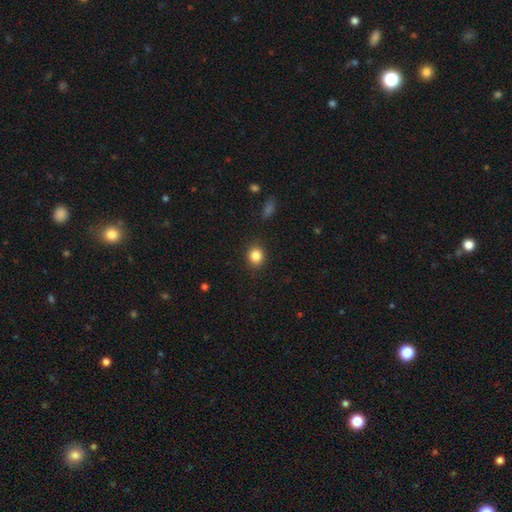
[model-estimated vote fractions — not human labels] Morphology: type=smooth (84%); roundness=round (78%); merging=none (89%).